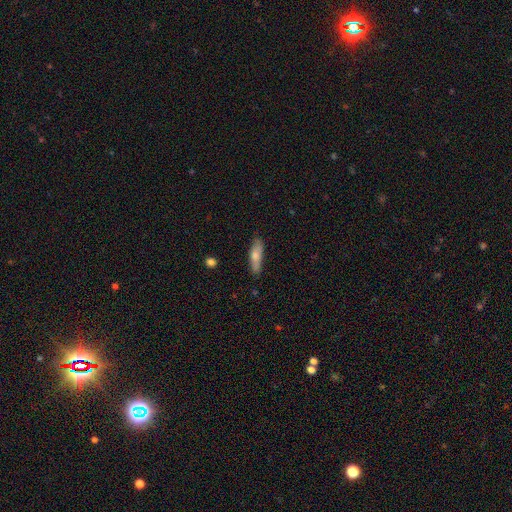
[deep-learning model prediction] Smooth or featured?
  - smooth: 73% *
  - featured or disk: 21%
  - star or artifact: 6%
How rounded?
  - cigar-shaped: 64% *
  - in between: 34%
  - round: 2%
Merging?
  - none: 81% *
  - minor disturbance: 15%
  - major disturbance: 3%
  - merger: 2%